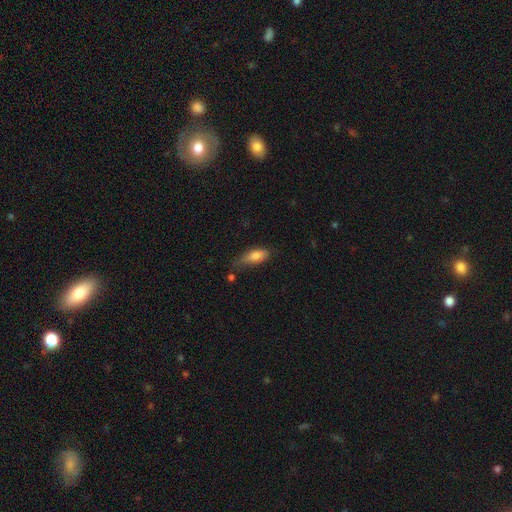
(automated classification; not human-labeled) smooth 79%, featured or disk 14%, star or artifact 7%. Down the decision tree: how rounded — in between (71%); merging — none (47%).